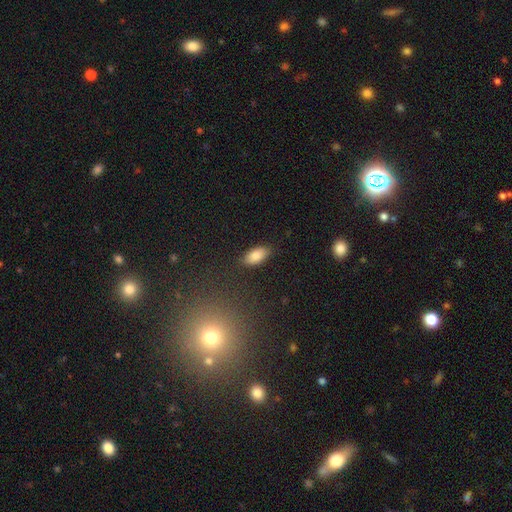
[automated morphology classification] type=smooth (84%); roundness=in between (92%); merging=none (86%).